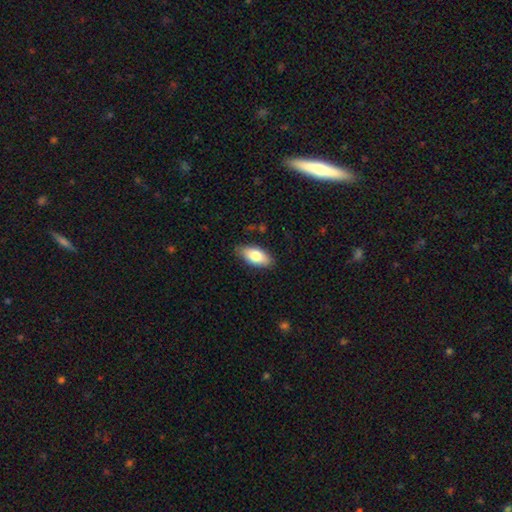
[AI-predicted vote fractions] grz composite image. It shows a smooth galaxy with no disk features (78%) that is in between round and cigar-shaped (89%). Merging: none (83%).